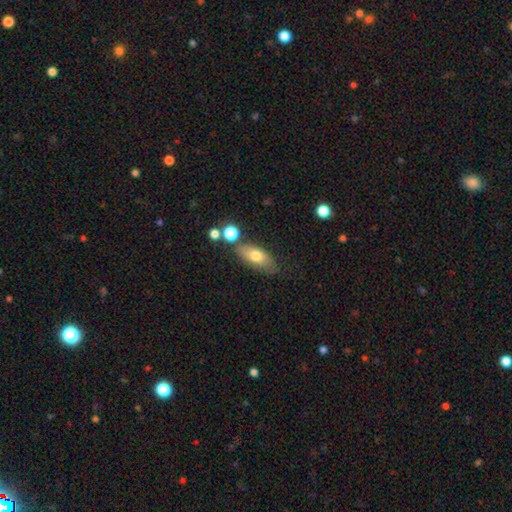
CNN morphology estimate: smooth-or-featured: smooth: 71% | featured or disk: 21% | star or artifact: 8%
  how-rounded: in between: 79% | cigar-shaped: 15% | round: 6%
  merging: none: 68% | minor disturbance: 18% | merger: 9% | major disturbance: 5%